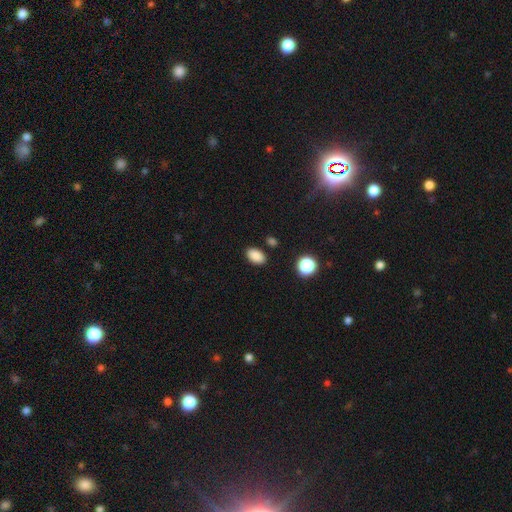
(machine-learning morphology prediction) type=smooth (87%); roundness=in between (89%); merging=none (86%).